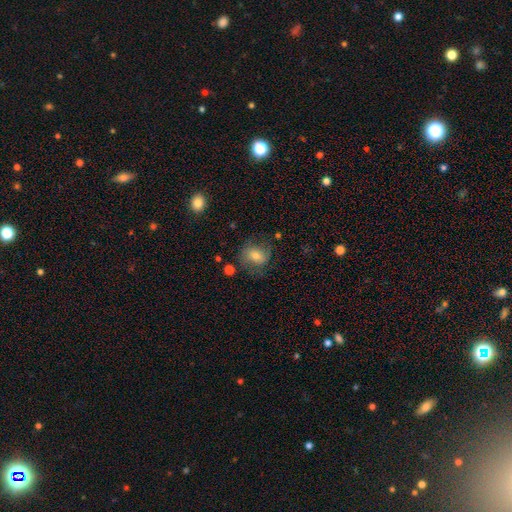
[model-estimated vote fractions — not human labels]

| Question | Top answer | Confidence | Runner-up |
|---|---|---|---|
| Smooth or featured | smooth | 56% | featured or disk (34%) |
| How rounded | round | 57% | in between (41%) |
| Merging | none | 64% | minor disturbance (21%) |